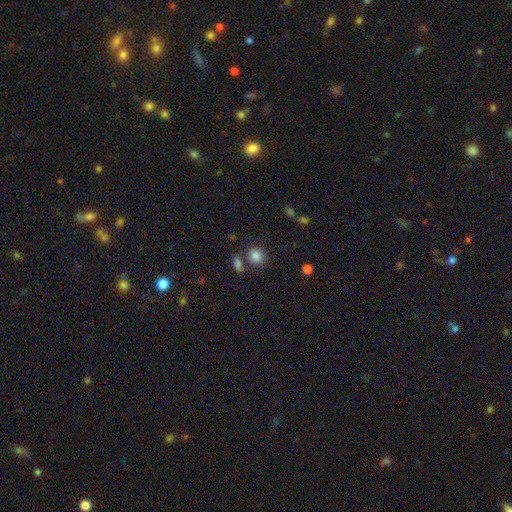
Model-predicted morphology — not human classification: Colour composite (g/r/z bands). It shows a smooth galaxy with no disk features (85%) that is round (78%). Merging: none (65%).